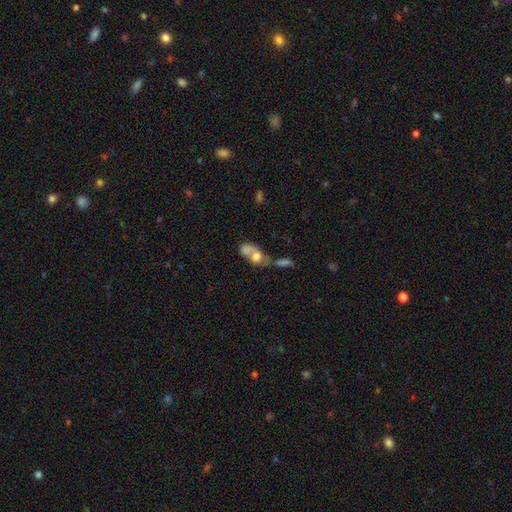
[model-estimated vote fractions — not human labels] The model was most divided on "smooth or featured": smooth: 61%, featured or disk: 29%, star or artifact: 10%. More confident: how rounded — in between (68%); merging — merger (66%).